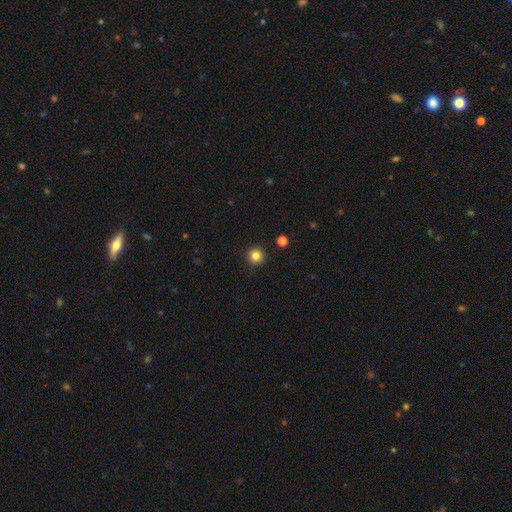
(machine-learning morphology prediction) This appears to be a smooth galaxy with no disk features (84%) that is round (96%). Merging: none (93%).